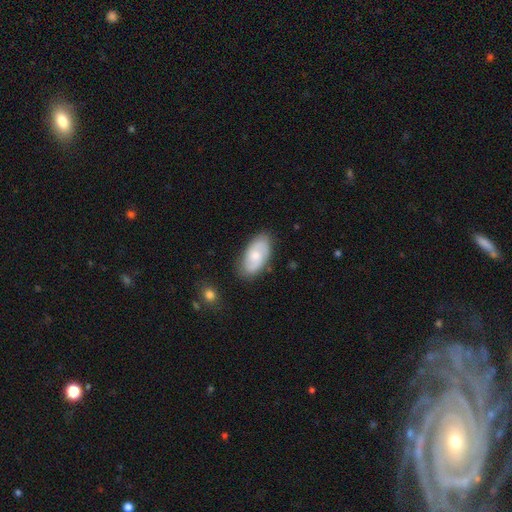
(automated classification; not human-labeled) Morphology: type=smooth (49%); merging=none (79%).